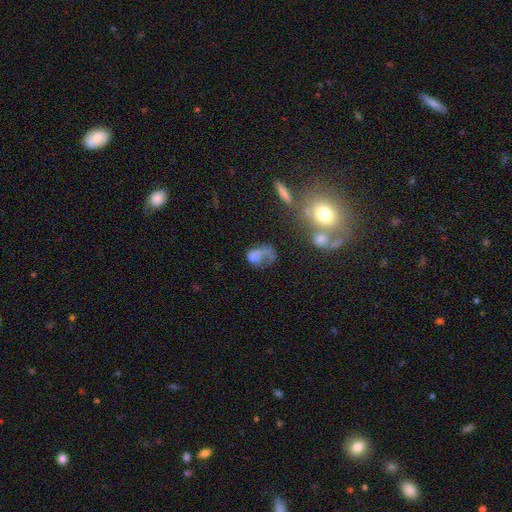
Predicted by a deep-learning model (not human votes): Smooth or featured?
  - smooth: 51% *
  - featured or disk: 35%
  - star or artifact: 14%
How rounded?
  - in between: 73% *
  - round: 24%
  - cigar-shaped: 3%
Merging?
  - major disturbance: 46% *
  - none: 21%
  - merger: 18%
  - minor disturbance: 15%